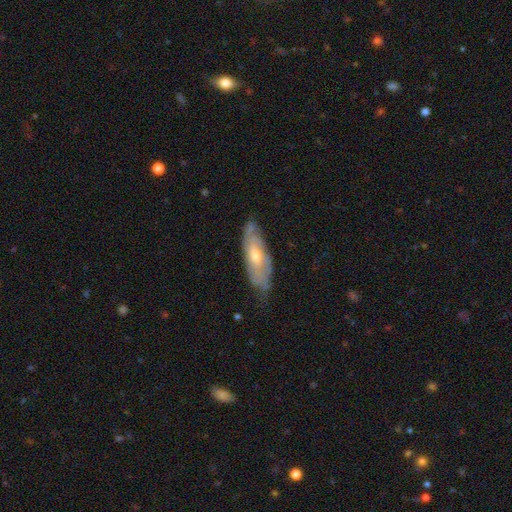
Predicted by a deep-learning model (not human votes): A featured or disk galaxy (67%) with no bar (59%), spiral arms (79%) and a moderate central bulge (59%). Merging: none (65%).